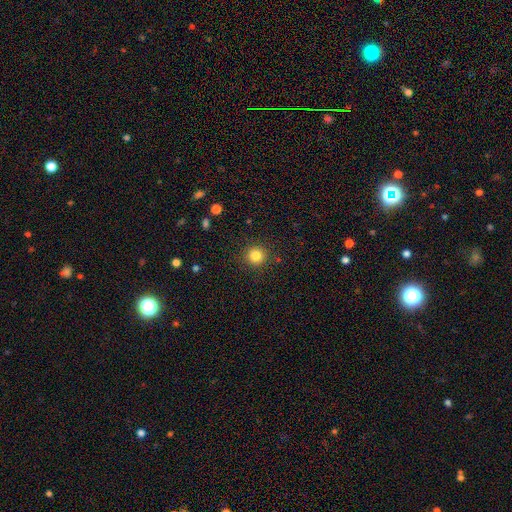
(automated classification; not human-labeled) A smooth galaxy with no disk features (82%) that is round (94%). Merging: none (90%).